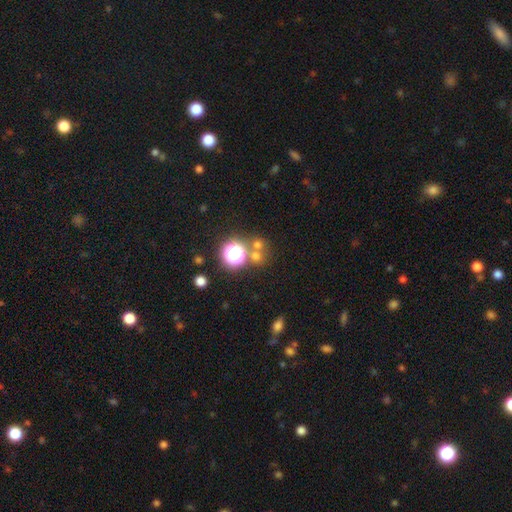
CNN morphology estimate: smooth_or_featured: smooth (p=0.58) [alt: star or artifact p=0.32]
how_rounded: round (p=0.86) [alt: in between p=0.12]
merging: none (p=0.61) [alt: merger p=0.27]